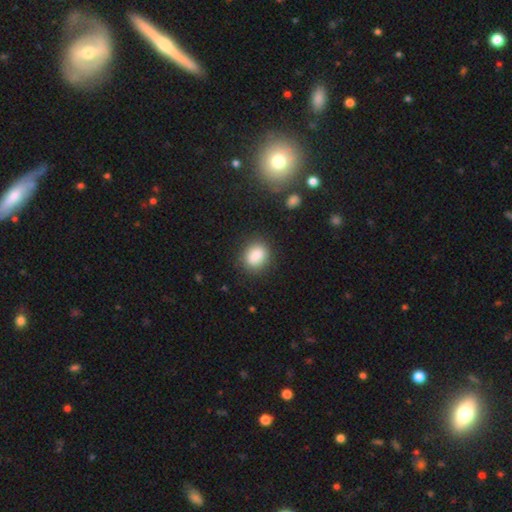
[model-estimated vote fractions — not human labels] smooth 86%, star or artifact 8%, featured or disk 5%. Down the decision tree: how rounded — in between (56%); merging — none (82%).